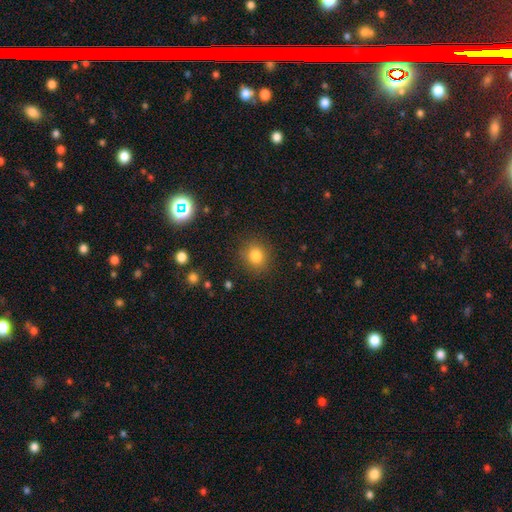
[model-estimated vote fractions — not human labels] The model was most divided on "how rounded": round: 79%, in between: 20%, cigar-shaped: 1%. More confident: merging — none (87%); smooth or featured — smooth (82%).